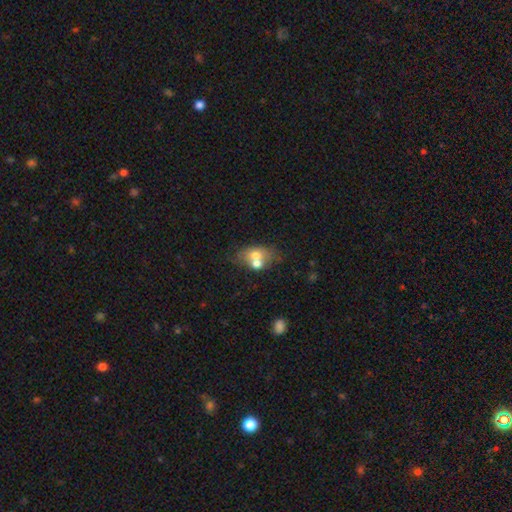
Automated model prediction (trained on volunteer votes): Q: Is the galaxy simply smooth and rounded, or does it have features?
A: smooth — 60%.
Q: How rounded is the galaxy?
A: in between — 73%.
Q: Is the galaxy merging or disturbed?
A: merger — 48%.